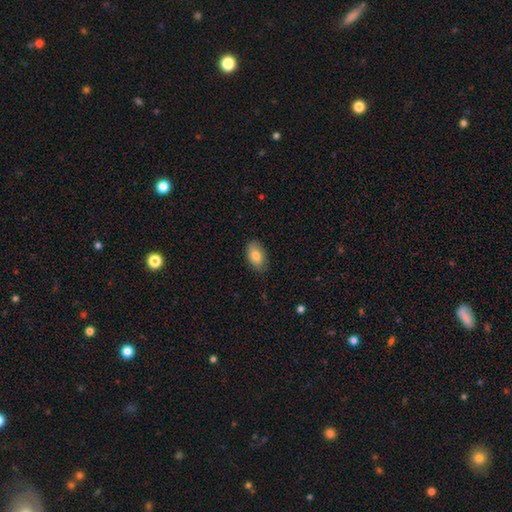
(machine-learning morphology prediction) Overall: smooth (81%). How rounded: in between (93%). Merging: none (82%).